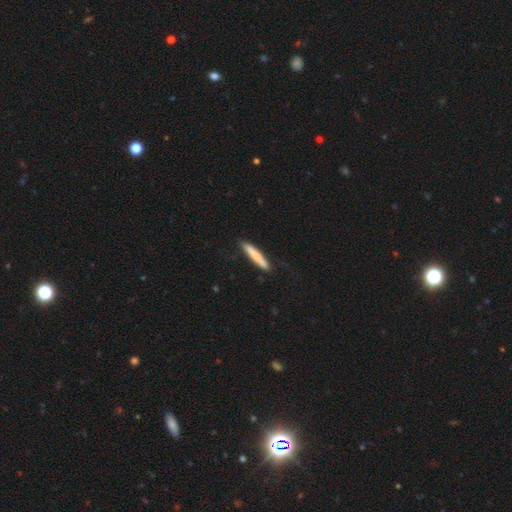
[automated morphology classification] Smooth or featured?
  - smooth: 76% *
  - featured or disk: 19%
  - star or artifact: 5%
How rounded?
  - cigar-shaped: 94% *
  - in between: 5%
  - round: 1%
Merging?
  - none: 86% *
  - minor disturbance: 11%
  - major disturbance: 2%
  - merger: 1%